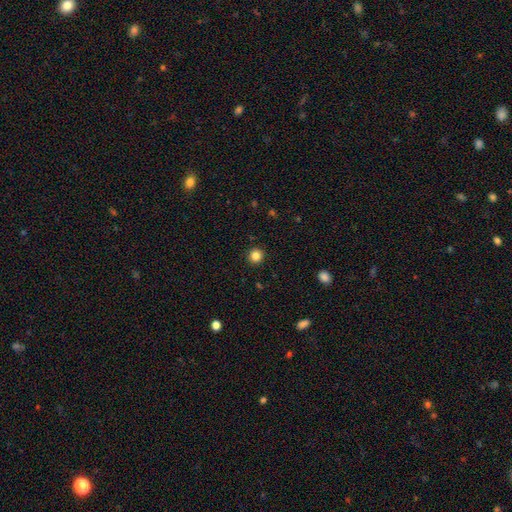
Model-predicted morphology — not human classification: smooth-or-featured: smooth: 84% | star or artifact: 12% | featured or disk: 4%
  how-rounded: round: 93% | in between: 6% | cigar-shaped: 1%
  merging: none: 92% | minor disturbance: 5% | major disturbance: 2% | merger: 1%